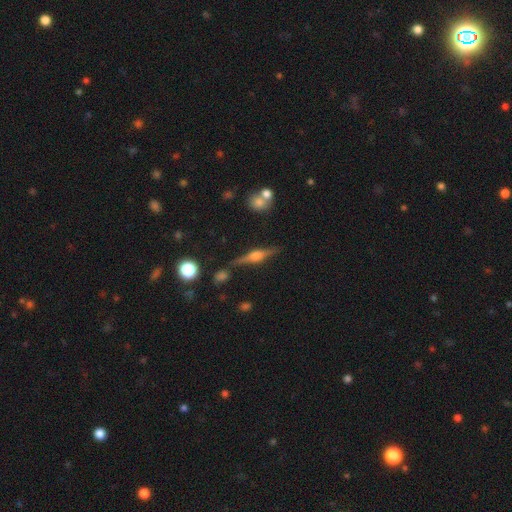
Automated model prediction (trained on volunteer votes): Q: Smooth or featured?
A: featured or disk (78%); runner-up: smooth (14%)
Q: Edge-on disk?
A: yes (97%); runner-up: no (3%)
Q: Edge-on bulge?
A: rounded (90%); runner-up: boxy (8%)
Q: Merging?
A: none (83%); runner-up: minor disturbance (10%)